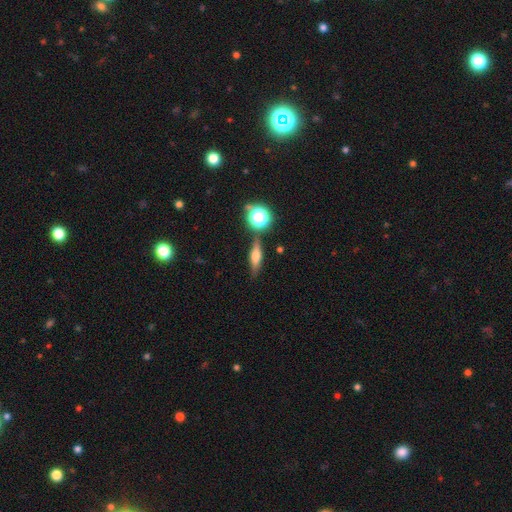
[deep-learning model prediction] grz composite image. It shows a featured or disk galaxy (43%, tied with smooth). Merging: none (78%).